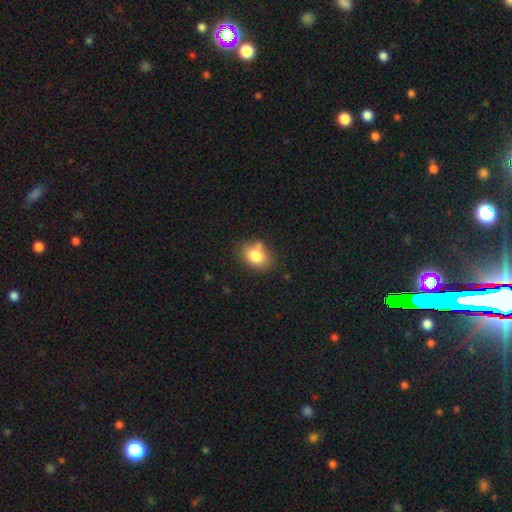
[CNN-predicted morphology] This is clearly a smooth galaxy (80%). How rounded: likely in between (65%). Merging: likely none (68%).